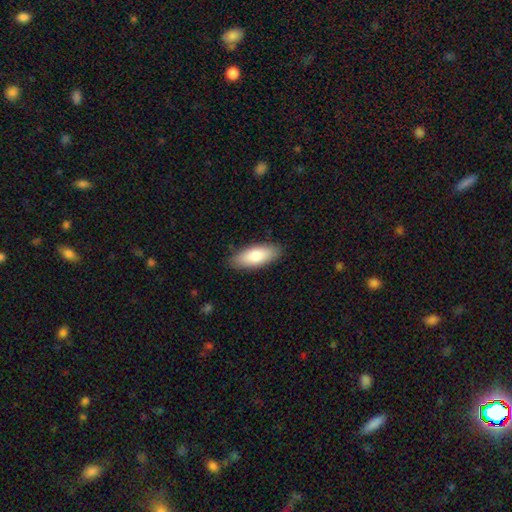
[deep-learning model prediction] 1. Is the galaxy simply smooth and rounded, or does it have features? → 80% smooth, 14% featured or disk, 6% star or artifact.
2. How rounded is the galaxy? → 79% in between, 19% cigar-shaped, 2% round.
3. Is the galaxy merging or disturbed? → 87% none, 10% minor disturbance, 2% major disturbance, 1% merger.